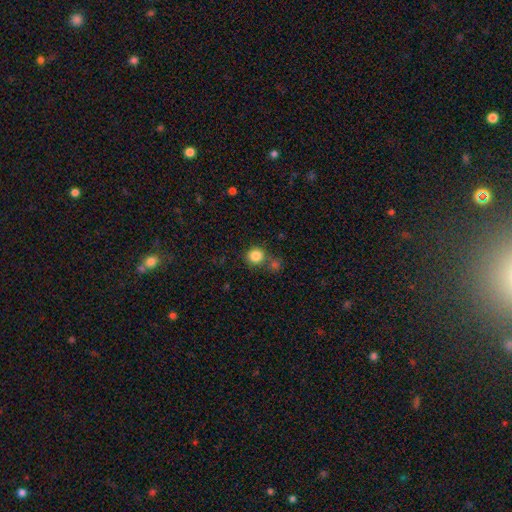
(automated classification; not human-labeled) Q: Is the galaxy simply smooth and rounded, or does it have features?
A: smooth — 84%.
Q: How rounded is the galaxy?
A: round — 91%.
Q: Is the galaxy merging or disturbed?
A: none — 69%.